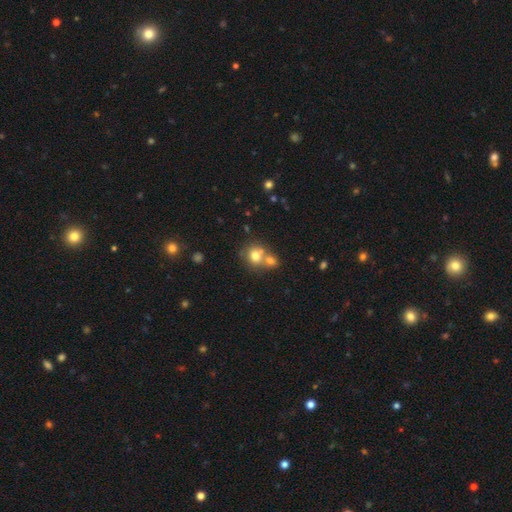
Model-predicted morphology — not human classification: The model was most divided on "merging": merger: 50%, none: 39%, minor disturbance: 8%, major disturbance: 3%. More confident: how rounded — round (78%); smooth or featured — smooth (74%).